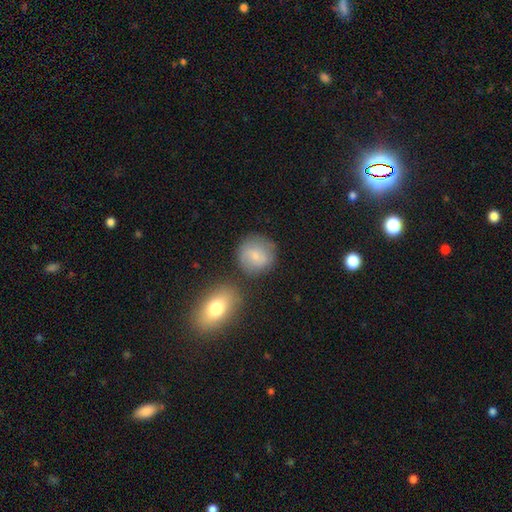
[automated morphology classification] The model was most divided on "smooth or featured": smooth: 69%, featured or disk: 23%, star or artifact: 8%. More confident: how rounded — round (88%); merging — none (68%).